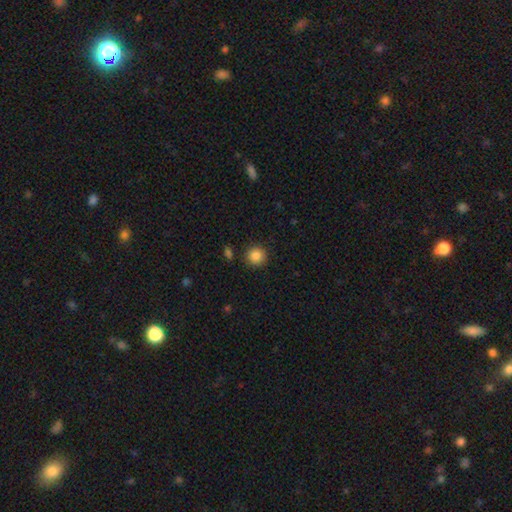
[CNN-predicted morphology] Smooth or featured?
  - smooth: 86% *
  - star or artifact: 10%
  - featured or disk: 4%
How rounded?
  - round: 92% *
  - in between: 7%
  - cigar-shaped: 1%
Merging?
  - none: 88% *
  - minor disturbance: 7%
  - merger: 2%
  - major disturbance: 2%